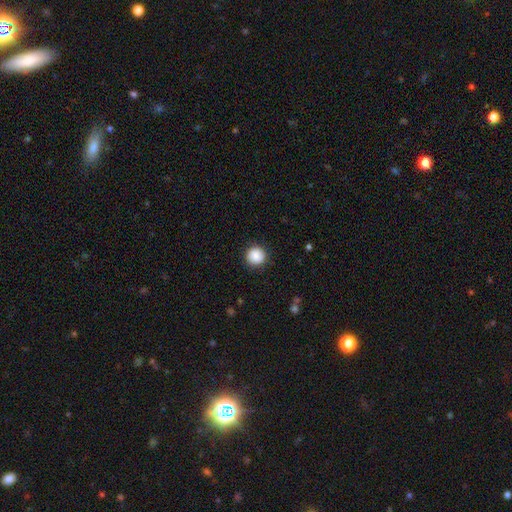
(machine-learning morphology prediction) Smooth or featured?
  - smooth: 89% *
  - star or artifact: 8%
  - featured or disk: 3%
How rounded?
  - round: 93% *
  - in between: 6%
  - cigar-shaped: 1%
Merging?
  - none: 90% *
  - minor disturbance: 7%
  - major disturbance: 2%
  - merger: 1%